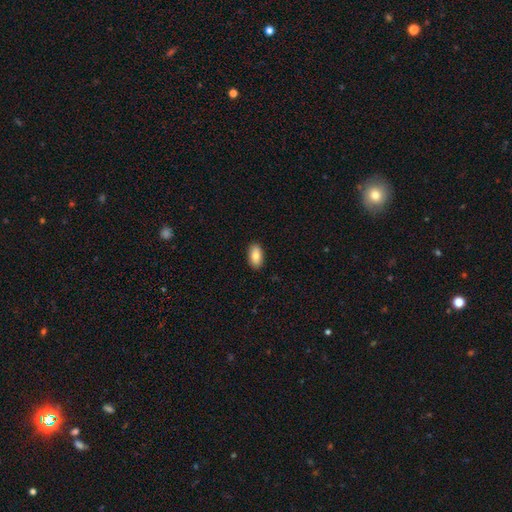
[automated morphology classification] Smooth or featured?
  - smooth: 85% *
  - featured or disk: 8%
  - star or artifact: 7%
How rounded?
  - in between: 94% *
  - round: 3%
  - cigar-shaped: 3%
Merging?
  - none: 90% *
  - minor disturbance: 8%
  - major disturbance: 2%
  - merger: 1%